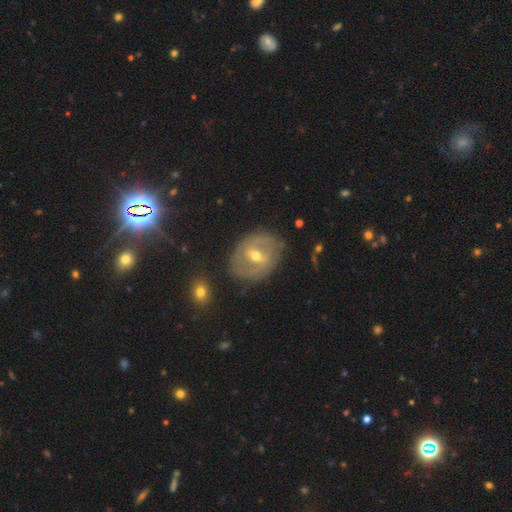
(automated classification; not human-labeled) Morphology: type=featured or disk (74%); edge-on=no (95%); bar=weak (47%); spiral arms=yes (71%); bulge=moderate (60%); merging=none (77%).